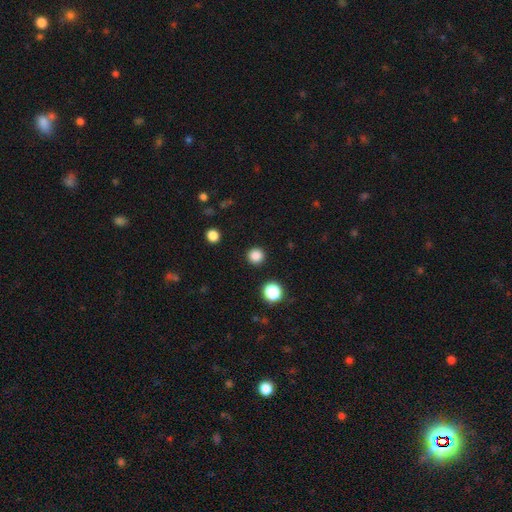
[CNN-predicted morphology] smooth-or-featured: smooth: 85% | star or artifact: 12% | featured or disk: 3%
  how-rounded: round: 95% | in between: 4% | cigar-shaped: 1%
  merging: none: 92% | minor disturbance: 5% | major disturbance: 2% | merger: 1%